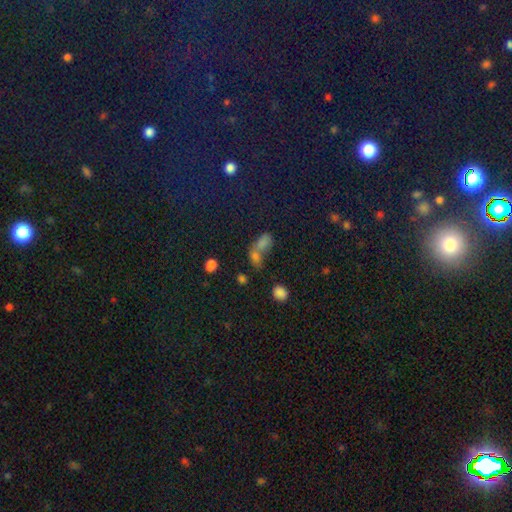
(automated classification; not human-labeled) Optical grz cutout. It shows a smooth galaxy with no disk features (65%) that is in between round and cigar-shaped (71%). Merging: merger (63%).